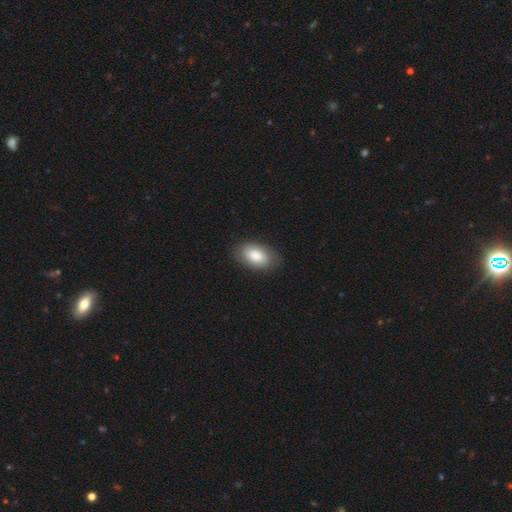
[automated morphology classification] Smooth or featured? Predicted: smooth (p=0.83). How rounded? Predicted: in between (p=0.93). Merging? Predicted: none (p=0.85).